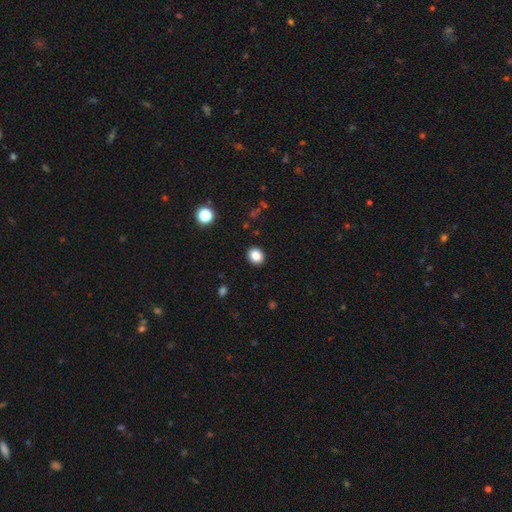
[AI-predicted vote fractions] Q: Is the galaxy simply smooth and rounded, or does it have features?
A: smooth — 85%.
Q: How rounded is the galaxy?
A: round — 71%.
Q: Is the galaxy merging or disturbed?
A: none — 91%.